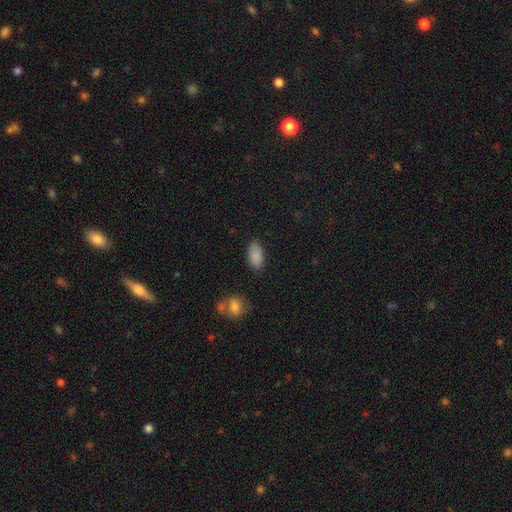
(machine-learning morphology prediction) Q: Smooth or featured?
A: smooth (88%); runner-up: star or artifact (8%)
Q: How rounded?
A: in between (93%); runner-up: round (3%)
Q: Merging?
A: none (81%); runner-up: minor disturbance (13%)